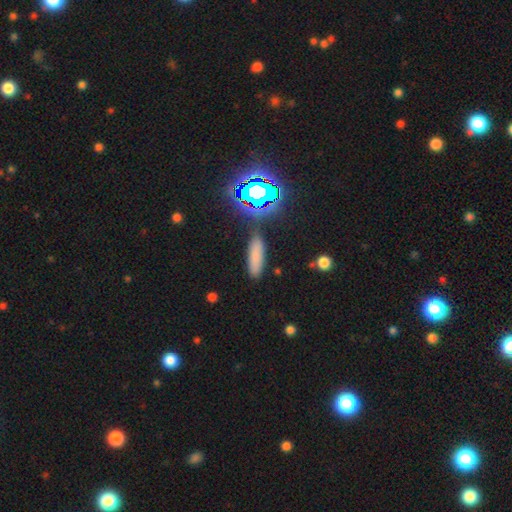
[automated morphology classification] This is likely a smooth galaxy (71%). How rounded: possibly cigar-shaped (57%). Merging: clearly none (84%).